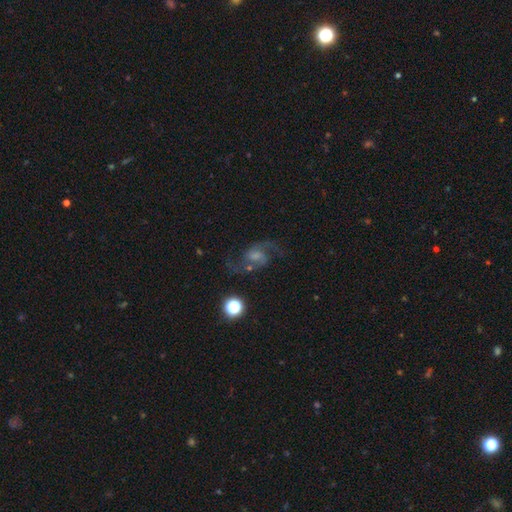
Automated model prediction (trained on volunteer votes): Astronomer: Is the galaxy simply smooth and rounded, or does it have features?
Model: featured or disk — 82%.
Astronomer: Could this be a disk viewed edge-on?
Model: no — 98%.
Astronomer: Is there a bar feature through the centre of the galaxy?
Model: weak — 50% (runner-up: no, 38%).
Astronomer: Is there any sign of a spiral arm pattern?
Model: yes — 97%.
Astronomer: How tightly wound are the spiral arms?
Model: medium — 48% (runner-up: loose, 44%).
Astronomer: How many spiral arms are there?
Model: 2 — 93%.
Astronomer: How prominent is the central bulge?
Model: small — 40% (runner-up: moderate, 36%).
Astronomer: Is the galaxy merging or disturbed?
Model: none — 76%.